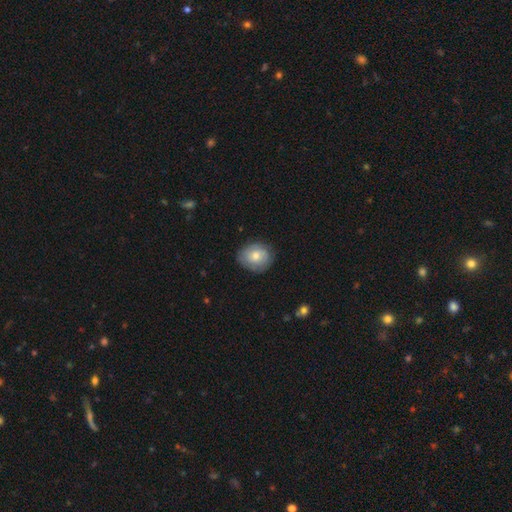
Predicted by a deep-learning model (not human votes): smooth 61%, featured or disk 32%, star or artifact 7%. Down the decision tree: how rounded — round (64%); merging — none (78%).